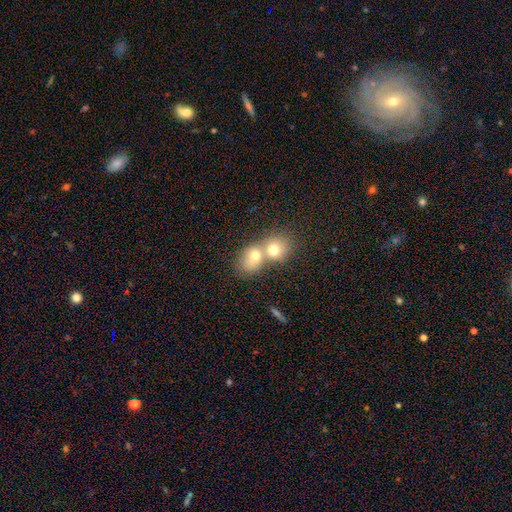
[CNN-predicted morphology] Smooth or featured? Predicted: smooth (p=0.68). How rounded? Predicted: round (p=0.54). Merging? Predicted: merger (p=0.69).